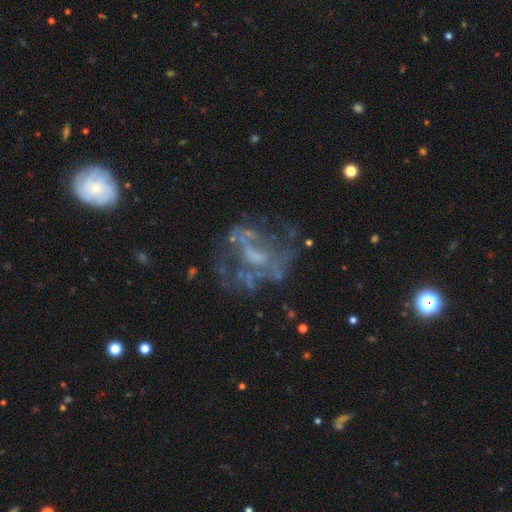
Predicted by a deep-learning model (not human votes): Smooth or featured: featured or disk — 72% (star or artifact — 15%)
Edge-on disk: no — 97% (yes — 3%)
Bar: no — 57% (weak — 32%)
Spiral arms: no — 58% (yes — 42%)
Bulge size: none — 43% (small — 26%)
Merging: none — 51% (major disturbance — 27%)